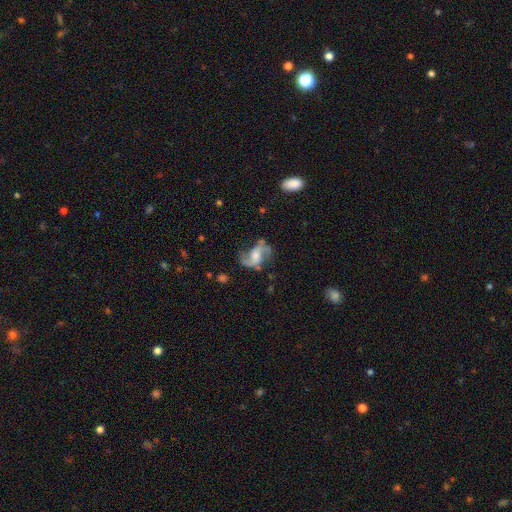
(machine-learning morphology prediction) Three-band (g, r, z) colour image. It shows a featured or disk galaxy (86%) with no bar (51%), 2 (91%) loose (54%) spiral arms (96%) and a moderate central bulge (47%). Merging: none (66%).